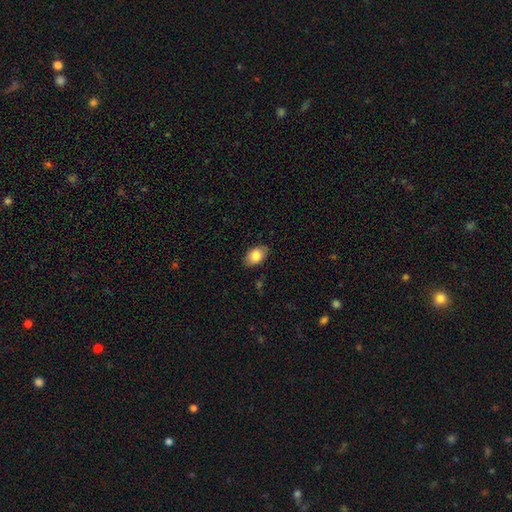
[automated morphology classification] Smooth or featured? Predicted: smooth (p=0.83). How rounded? Predicted: in between (p=0.90). Merging? Predicted: none (p=0.85).